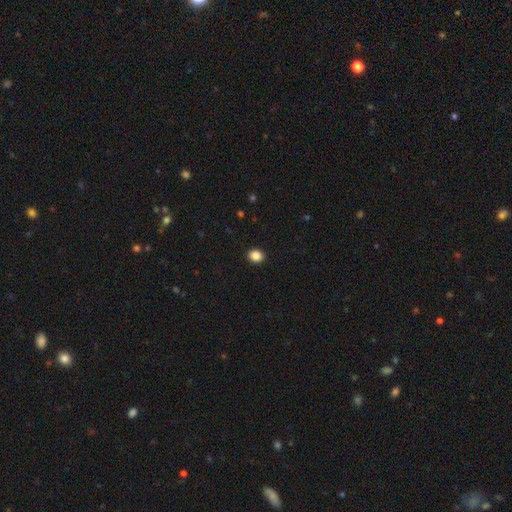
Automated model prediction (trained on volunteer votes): A smooth galaxy with no disk features (87%) that is round (58%). Merging: none (92%).